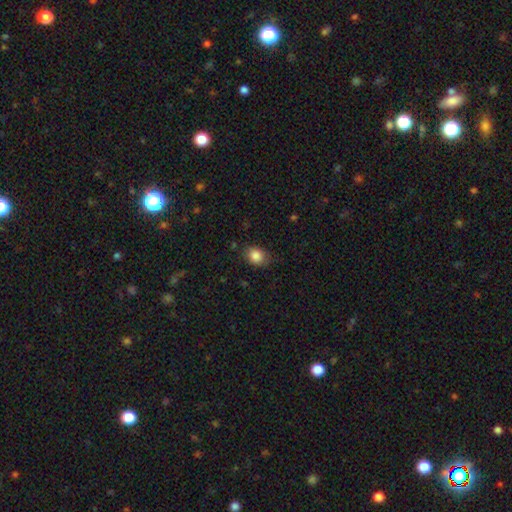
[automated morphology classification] smooth_or_featured: smooth (p=0.86) [alt: star or artifact p=0.09]
how_rounded: in between (p=0.56) [alt: round p=0.43]
merging: none (p=0.77) [alt: minor disturbance p=0.18]